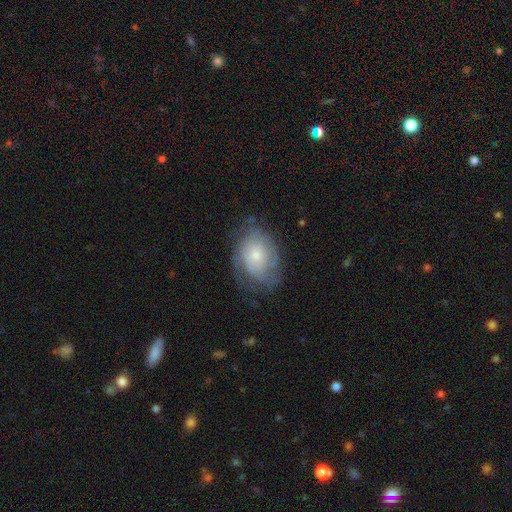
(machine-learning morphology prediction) A featured or disk galaxy (54%) with no bar (83%), spiral arms (75%) and a small central bulge (56%).

Vote fractions:
- Smooth or featured? featured or disk: 54% / smooth: 39% / star or artifact: 7%
- Edge-on disk? no: 96% / yes: 4%
- Bar? no: 83% / weak: 15% / strong: 2%
- Spiral arms? yes: 75% / no: 25%
- Bulge size? small: 56% / moderate: 36% / large: 4% / none: 3% / dominant: 1%
- Merging? none: 58% / minor disturbance: 27% / major disturbance: 13% / merger: 1%